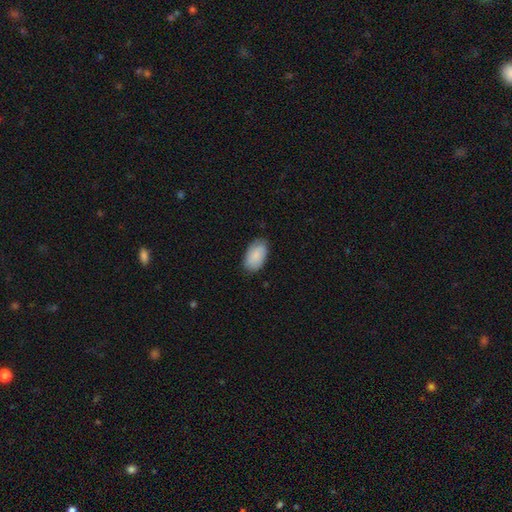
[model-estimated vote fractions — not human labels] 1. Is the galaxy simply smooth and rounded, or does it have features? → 84% smooth, 10% featured or disk, 6% star or artifact.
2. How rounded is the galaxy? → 95% in between, 4% round, 2% cigar-shaped.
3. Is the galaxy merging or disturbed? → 78% none, 18% minor disturbance, 3% major disturbance, 1% merger.